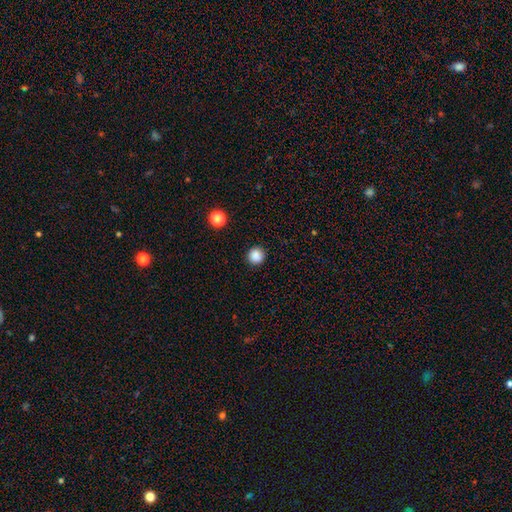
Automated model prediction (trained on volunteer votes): smooth 86%, star or artifact 11%, featured or disk 2%. Down the decision tree: how rounded — round (95%); merging — none (91%).